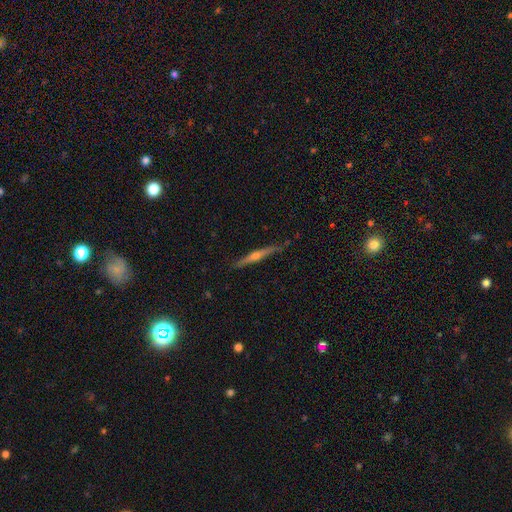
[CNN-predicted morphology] Smooth or featured: featured or disk — 71% (smooth — 23%)
Edge-on disk: yes — 98% (no — 2%)
Edge-on bulge: rounded — 84% (none — 11%)
Merging: none — 85% (minor disturbance — 12%)